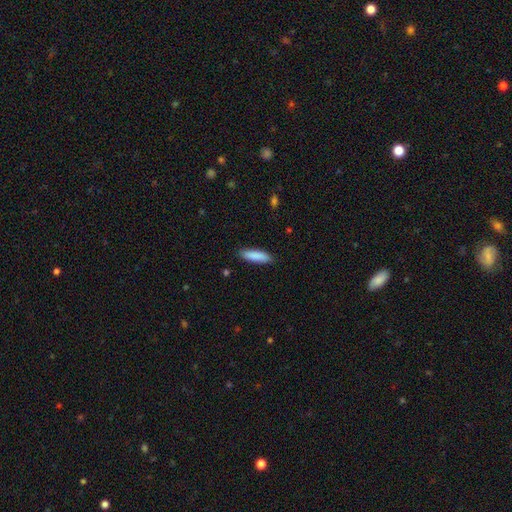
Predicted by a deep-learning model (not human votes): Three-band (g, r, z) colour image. It shows a smooth galaxy with no disk features (88%) that is cigar-shaped (63%). Merging: none (88%).